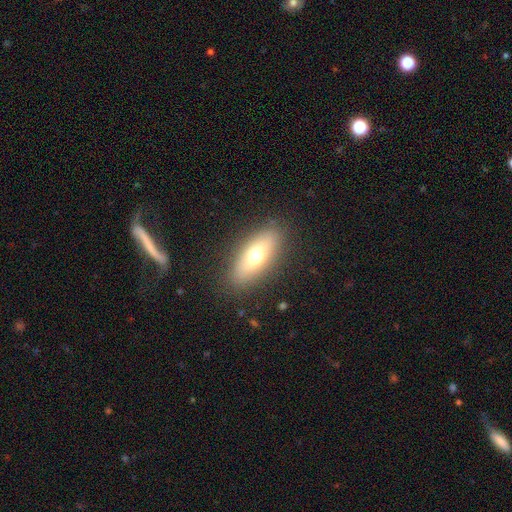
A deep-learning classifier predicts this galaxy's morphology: Smooth or featured?
  - smooth: 63% *
  - featured or disk: 30%
  - star or artifact: 8%
How rounded?
  - in between: 70% *
  - cigar-shaped: 27%
  - round: 3%
Merging?
  - none: 86% *
  - minor disturbance: 9%
  - major disturbance: 3%
  - merger: 1%